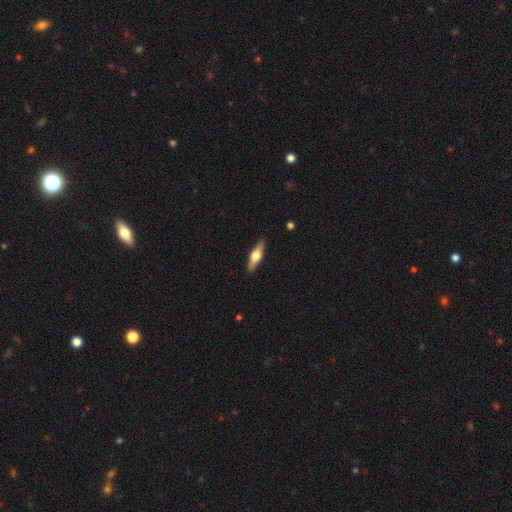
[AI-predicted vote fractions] Overall: featured or disk (56%; smooth 39%). Edge-on disk: yes (93%). Edge-on bulge: rounded (93%). Merging: none (89%).